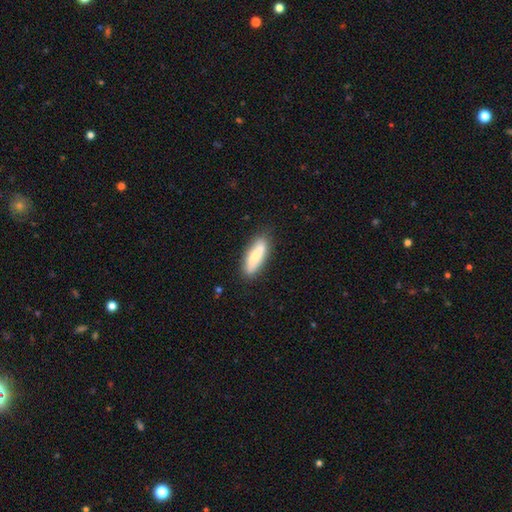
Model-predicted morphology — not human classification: smooth 69%, featured or disk 25%, star or artifact 6%. Down the decision tree: how rounded — cigar-shaped (52%); merging — none (82%).